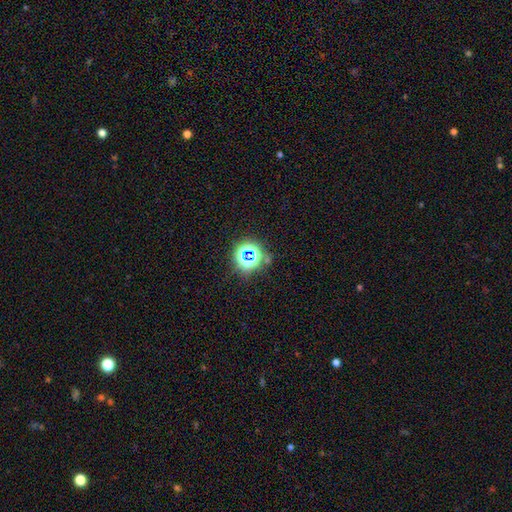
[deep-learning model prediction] smooth_or_featured: star or artifact (p=0.74) [alt: smooth p=0.18]